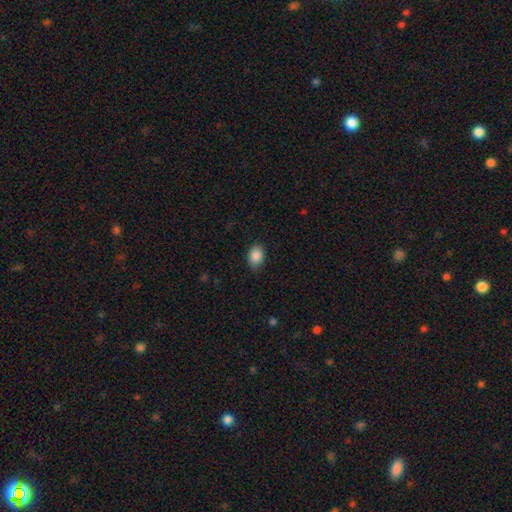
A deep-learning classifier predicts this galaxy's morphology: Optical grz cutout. It shows a smooth galaxy with no disk features (88%) that is in between round and cigar-shaped (80%). Merging: none (84%).